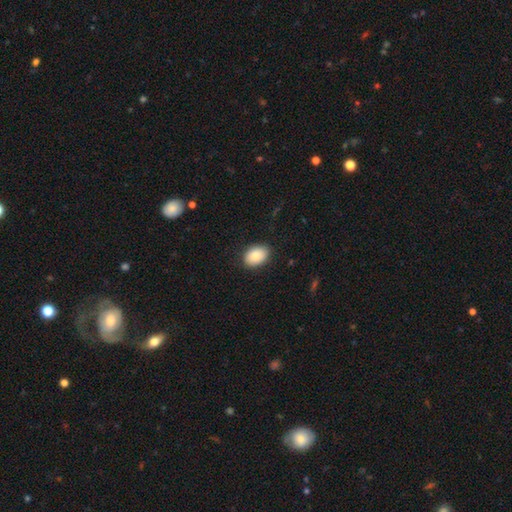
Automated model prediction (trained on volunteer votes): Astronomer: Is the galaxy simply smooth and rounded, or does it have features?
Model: smooth — 87%.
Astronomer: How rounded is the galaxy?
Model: in between — 81%.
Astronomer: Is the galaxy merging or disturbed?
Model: none — 87%.